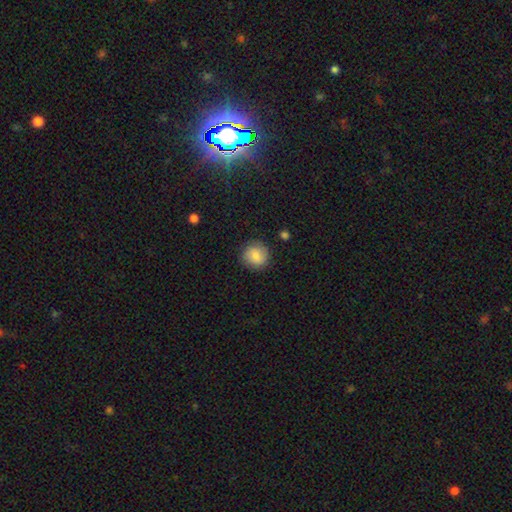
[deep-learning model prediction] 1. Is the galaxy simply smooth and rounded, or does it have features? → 78% smooth, 14% featured or disk, 8% star or artifact.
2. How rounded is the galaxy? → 90% round, 9% in between, 1% cigar-shaped.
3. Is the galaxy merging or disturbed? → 86% none, 10% minor disturbance, 3% major disturbance, 1% merger.